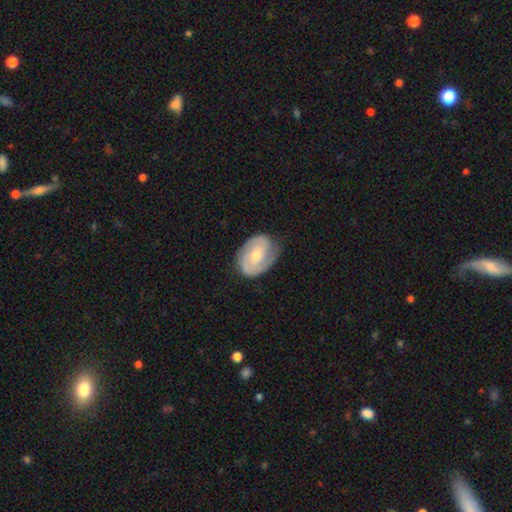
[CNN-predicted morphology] Smooth or featured: featured or disk — 75% (smooth — 20%)
Edge-on disk: no — 97% (yes — 3%)
Bar: no — 51% (weak — 39%)
Spiral arms: yes — 92% (no — 8%)
Spiral winding: tight — 45% (medium — 41%)
Spiral arm count: 2 — 78% (can't tell — 11%)
Bulge size: moderate — 59% (small — 35%)
Merging: none — 74% (minor disturbance — 19%)